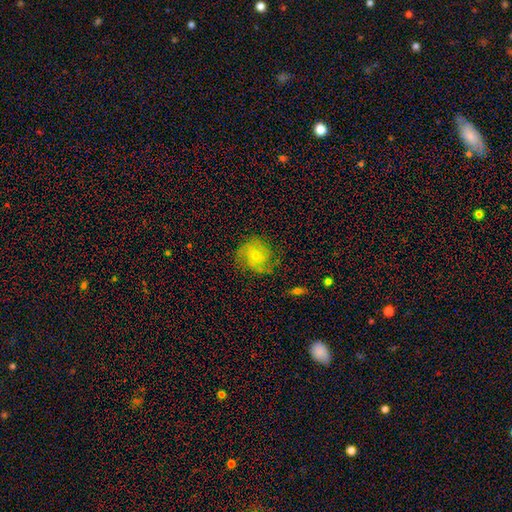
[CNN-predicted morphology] Q: Smooth or featured?
A: featured or disk (51%); runner-up: smooth (41%)
Q: Edge-on disk?
A: no (97%); runner-up: yes (3%)
Q: Merging?
A: none (62%); runner-up: minor disturbance (24%)